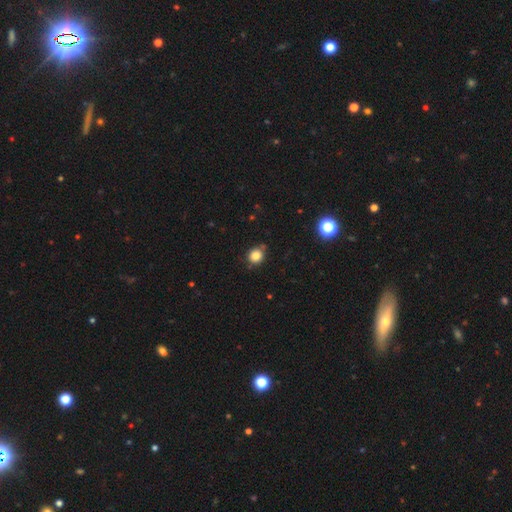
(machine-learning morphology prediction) Smooth or featured?
  - smooth: 82% *
  - star or artifact: 12%
  - featured or disk: 6%
How rounded?
  - round: 82% *
  - in between: 17%
  - cigar-shaped: 1%
Merging?
  - none: 78% *
  - minor disturbance: 16%
  - merger: 4%
  - major disturbance: 3%